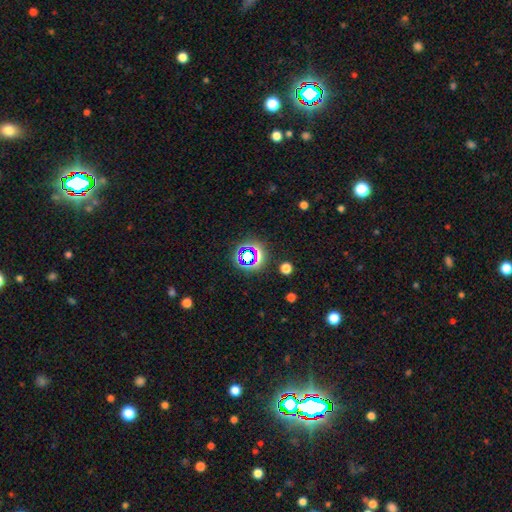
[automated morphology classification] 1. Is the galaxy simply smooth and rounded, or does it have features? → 62% star or artifact, 27% smooth, 11% featured or disk.